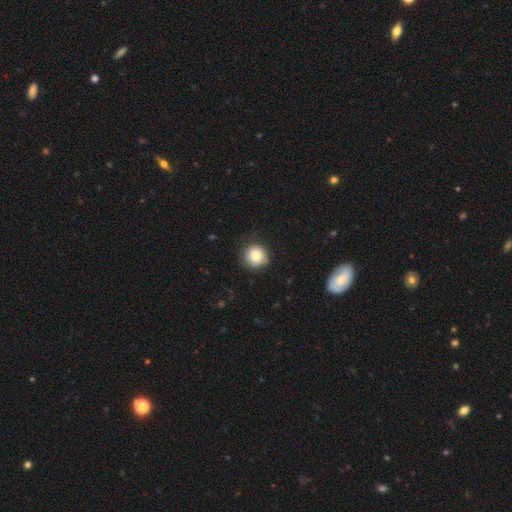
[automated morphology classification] Smooth or featured?
  - smooth: 81% *
  - featured or disk: 10%
  - star or artifact: 9%
How rounded?
  - round: 94% *
  - in between: 5%
  - cigar-shaped: 1%
Merging?
  - none: 82% *
  - minor disturbance: 13%
  - major disturbance: 3%
  - merger: 1%